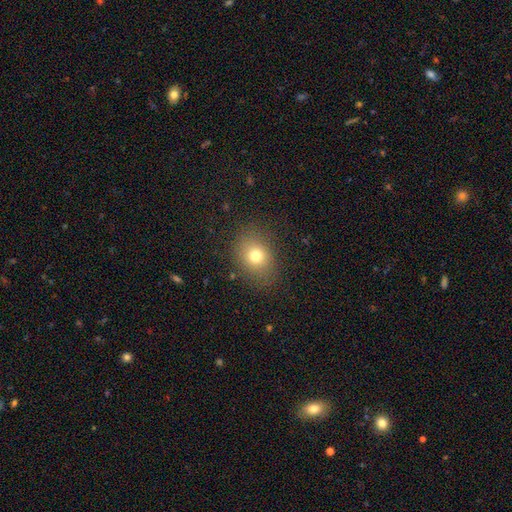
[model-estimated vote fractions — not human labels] This is likely a smooth galaxy (74%). How rounded: possibly round (51%). Merging: clearly none (84%).